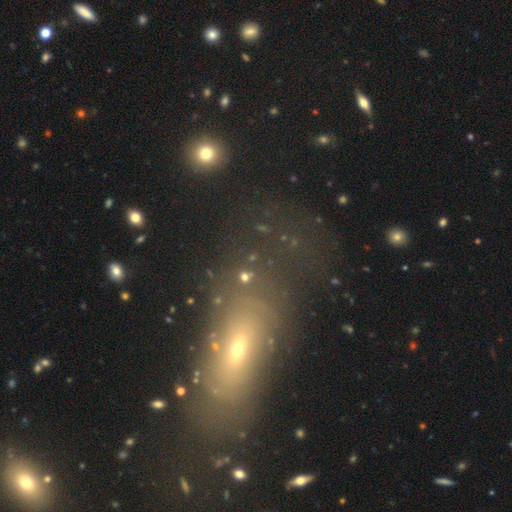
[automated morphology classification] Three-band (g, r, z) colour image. It shows a smooth galaxy with no disk features (42%). Merging: none (67%).